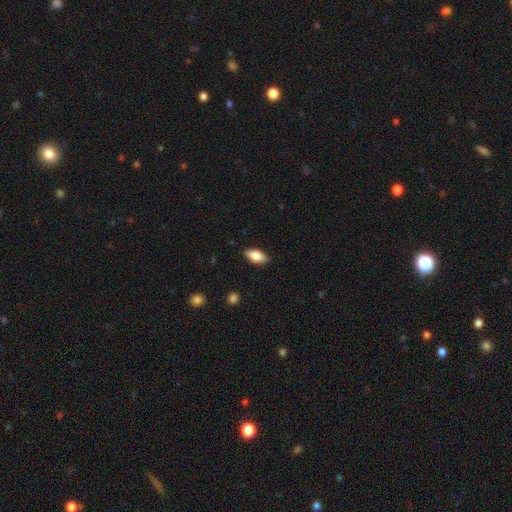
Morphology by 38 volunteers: Q: Smooth or featured?
A: smooth (84%); runner-up: featured or disk (11%)
Q: How rounded?
A: in between (94%); runner-up: round (3%)
Q: Merging?
A: none (83%); runner-up: minor disturbance (8%)